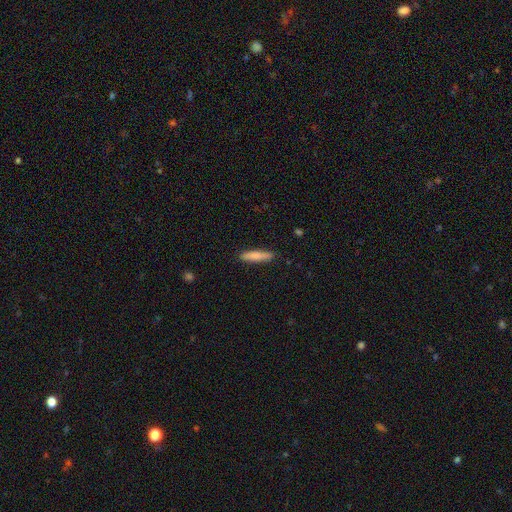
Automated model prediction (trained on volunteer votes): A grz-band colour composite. It shows a smooth galaxy with no disk features (80%) that is cigar-shaped (87%). Merging: none (88%).